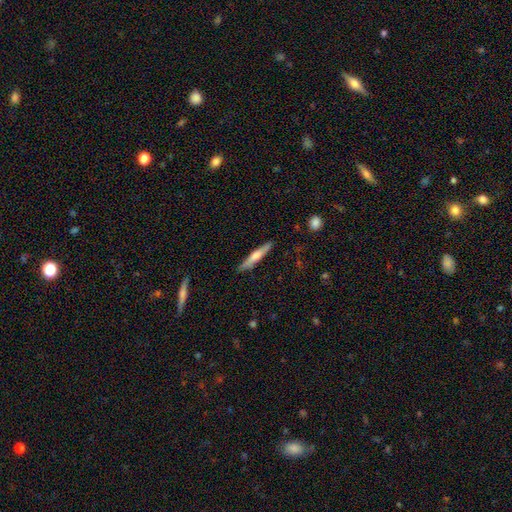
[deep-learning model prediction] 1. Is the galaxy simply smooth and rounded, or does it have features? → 49% smooth, 45% featured or disk, 6% star or artifact.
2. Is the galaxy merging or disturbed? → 88% none, 9% minor disturbance, 2% major disturbance, 1% merger.